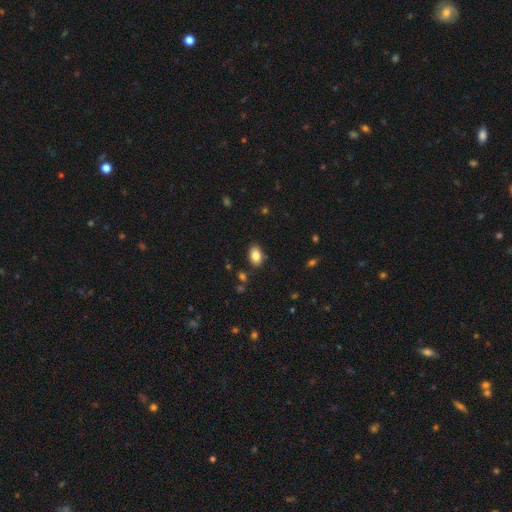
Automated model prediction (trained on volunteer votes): smooth-or-featured: smooth: 86% | star or artifact: 8% | featured or disk: 6%
  how-rounded: in between: 89% | round: 10% | cigar-shaped: 1%
  merging: none: 85% | minor disturbance: 10% | major disturbance: 3% | merger: 2%